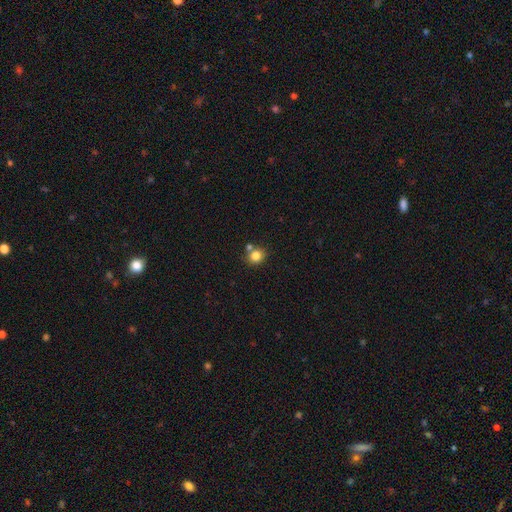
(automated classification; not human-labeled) This is clearly a smooth galaxy (82%). How rounded: likely round (78%). Merging: likely none (67%).